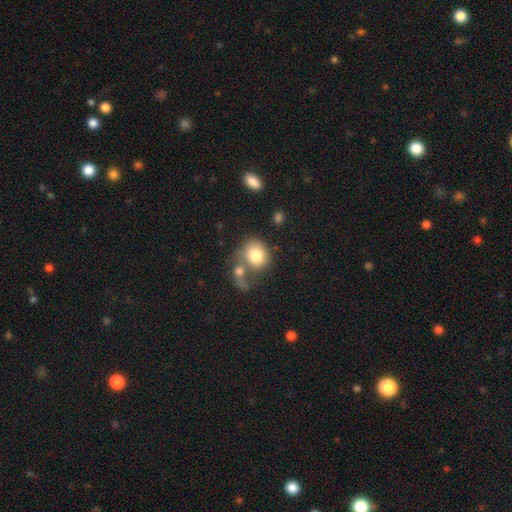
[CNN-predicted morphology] smooth-or-featured: smooth: 78% | featured or disk: 14% | star or artifact: 7%
  how-rounded: round: 66% | in between: 33% | cigar-shaped: 1%
  merging: merger: 48% | none: 26% | major disturbance: 14% | minor disturbance: 12%